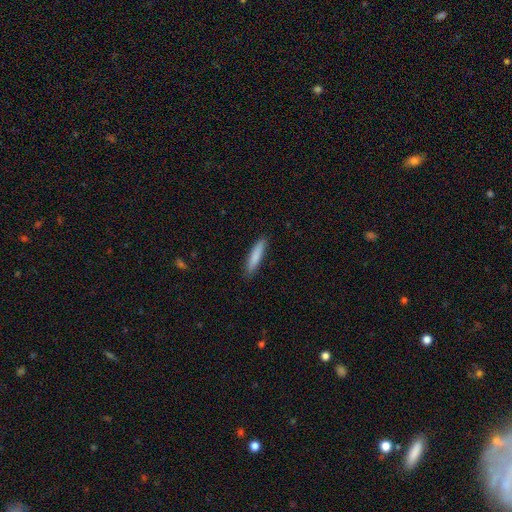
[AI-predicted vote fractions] Smooth or featured? Predicted: smooth (p=0.83). How rounded? Predicted: cigar-shaped (p=0.86). Merging? Predicted: none (p=0.88).